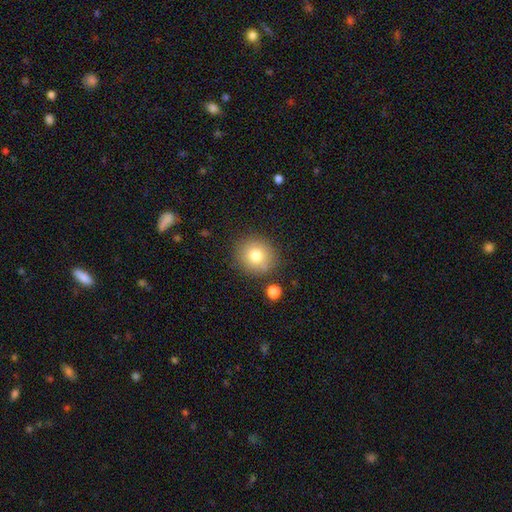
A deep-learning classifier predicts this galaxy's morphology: smooth 78%, star or artifact 11%, featured or disk 11%. Down the decision tree: how rounded — round (87%); merging — none (82%).